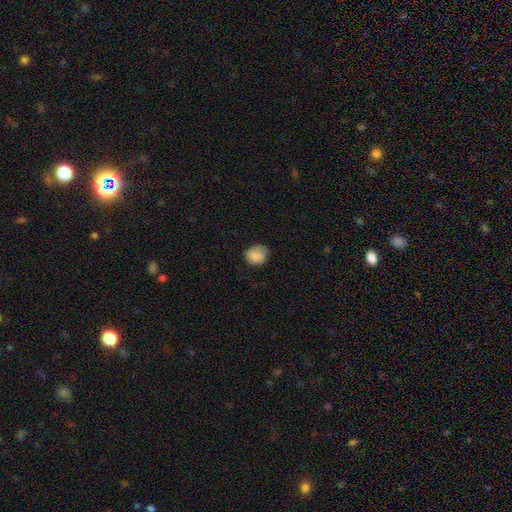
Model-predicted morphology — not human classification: Smooth or featured: smooth — 79% (featured or disk — 13%)
How rounded: round — 66% (in between — 33%)
Merging: none — 62% (minor disturbance — 27%)